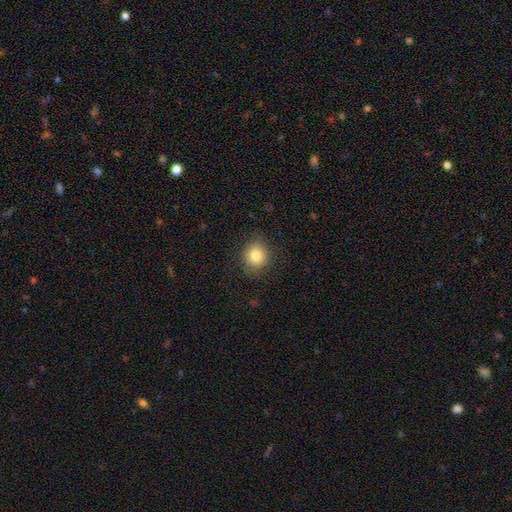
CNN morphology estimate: smooth_or_featured: smooth (p=0.82) [alt: star or artifact p=0.10]
how_rounded: round (p=0.81) [alt: in between p=0.18]
merging: none (p=0.85) [alt: minor disturbance p=0.10]